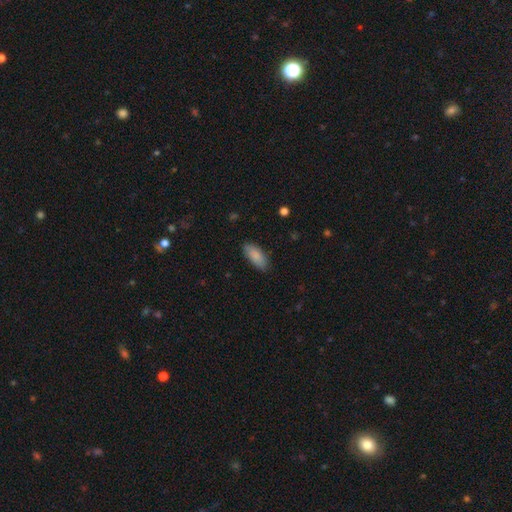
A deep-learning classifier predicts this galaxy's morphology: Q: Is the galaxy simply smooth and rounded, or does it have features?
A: smooth — 87%.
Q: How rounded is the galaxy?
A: in between — 83%.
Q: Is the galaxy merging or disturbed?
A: none — 84%.